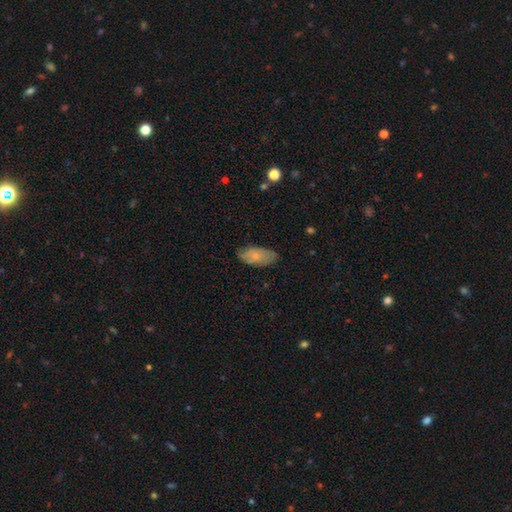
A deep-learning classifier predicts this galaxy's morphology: The model was most divided on "smooth or featured": smooth: 66%, featured or disk: 27%, star or artifact: 6%. More confident: how rounded — in between (91%); merging — none (71%).